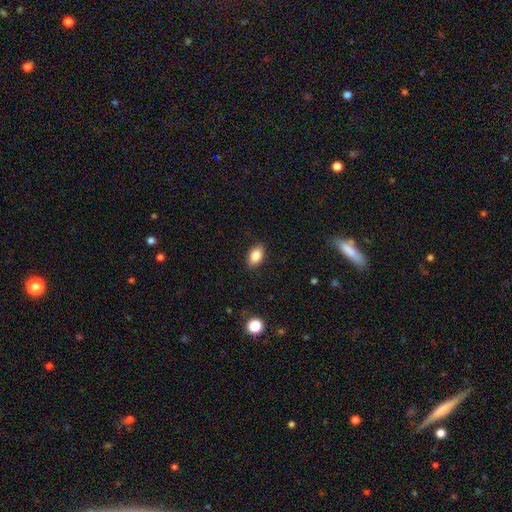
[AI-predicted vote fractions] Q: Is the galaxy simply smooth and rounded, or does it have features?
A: smooth — 84%.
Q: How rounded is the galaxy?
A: in between — 88%.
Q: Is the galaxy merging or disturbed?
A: none — 88%.